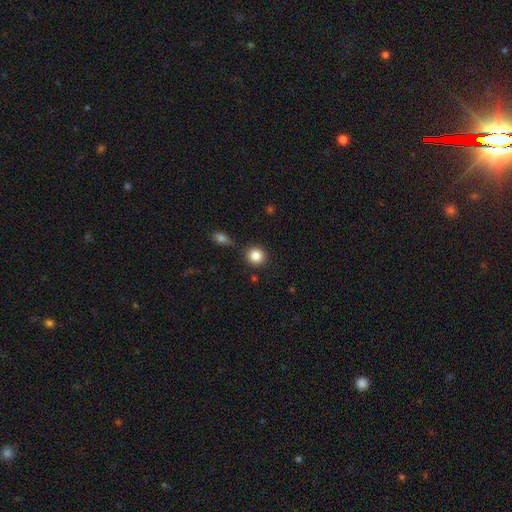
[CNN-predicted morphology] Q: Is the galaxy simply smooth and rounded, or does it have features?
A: smooth — 84%.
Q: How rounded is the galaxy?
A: round — 89%.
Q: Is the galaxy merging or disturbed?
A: none — 84%.